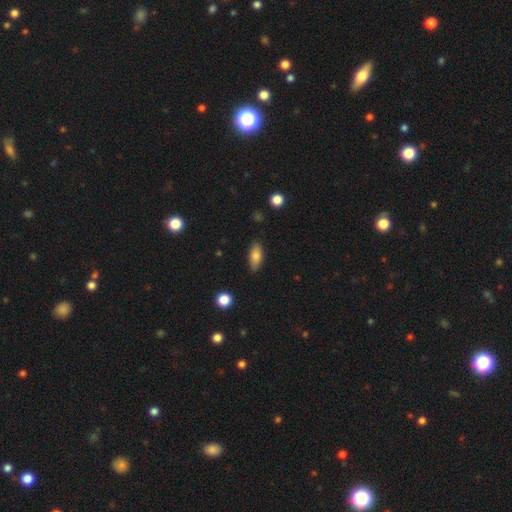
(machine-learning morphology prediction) smooth 80%, featured or disk 13%, star or artifact 7%. Down the decision tree: how rounded — in between (82%); merging — none (85%).